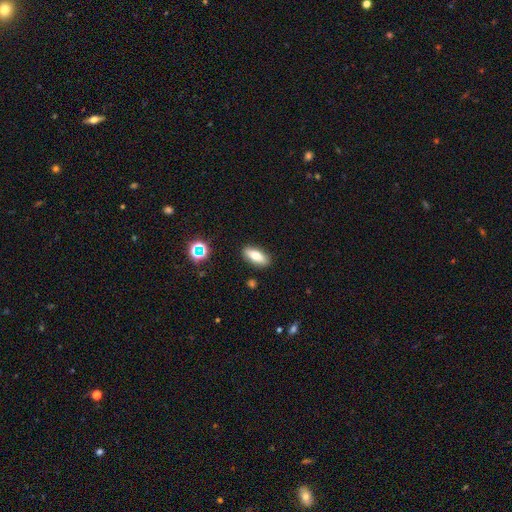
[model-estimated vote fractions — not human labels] Smooth or featured: smooth — 71% (featured or disk — 20%)
How rounded: in between — 78% (cigar-shaped — 19%)
Merging: none — 88% (minor disturbance — 8%)